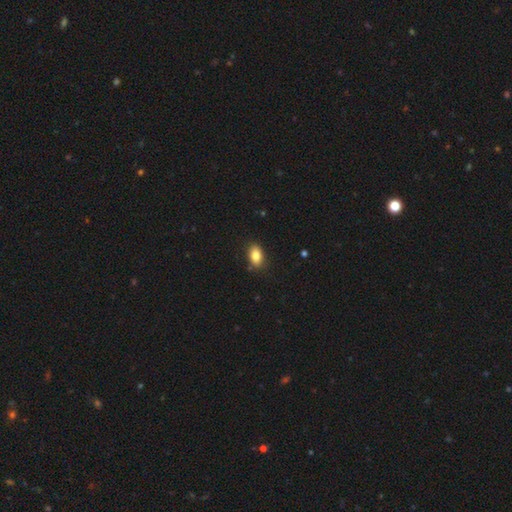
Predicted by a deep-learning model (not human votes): Smooth or featured? Predicted: smooth (p=0.84). How rounded? Predicted: in between (p=0.88). Merging? Predicted: none (p=0.84).